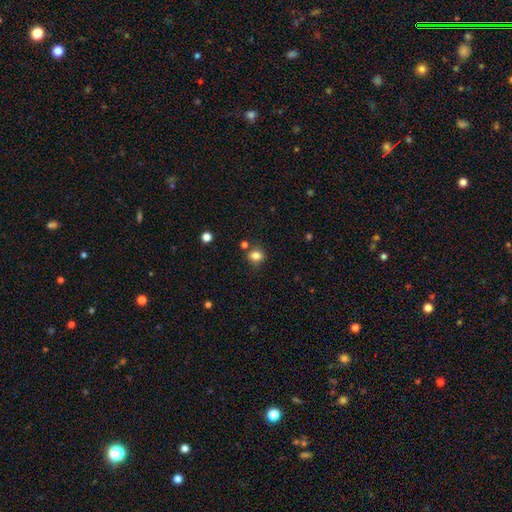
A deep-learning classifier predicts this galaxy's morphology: Smooth or featured? smooth (81%)
How rounded? round (55%)
Merging? none (73%)